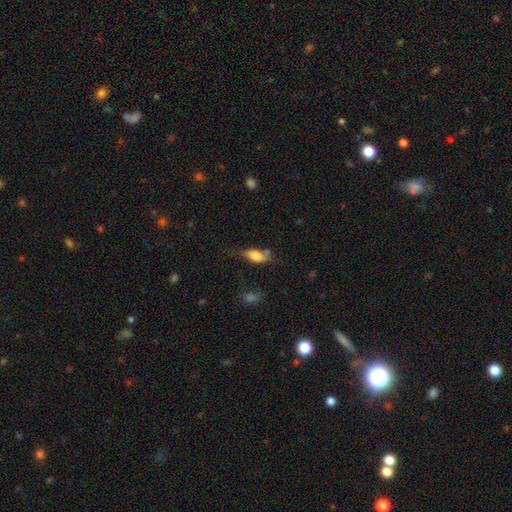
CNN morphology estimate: A smooth galaxy with no disk features (72%) that is in between round and cigar-shaped (83%). Merging: none (42%).